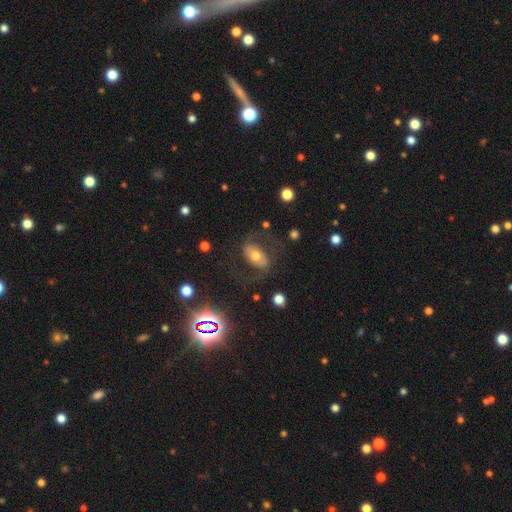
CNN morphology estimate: featured or disk 59%, smooth 31%, star or artifact 10%. Down the decision tree: edge-on disk — no (94%); bar — no (40%); spiral arms — yes (72%); bulge size — moderate (68%); merging — none (66%).